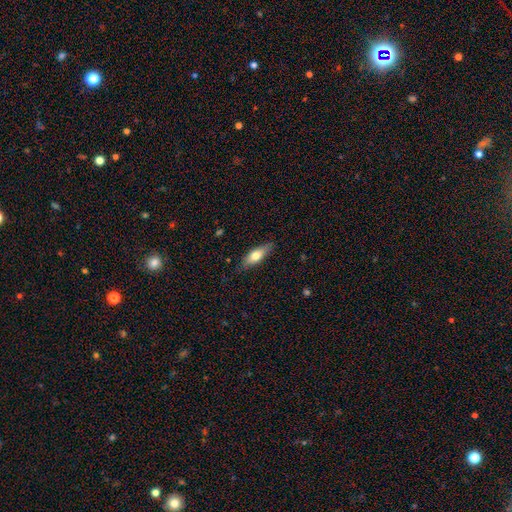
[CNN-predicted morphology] Smooth or featured? smooth (63%)
How rounded? in between (52%)
Merging? none (83%)